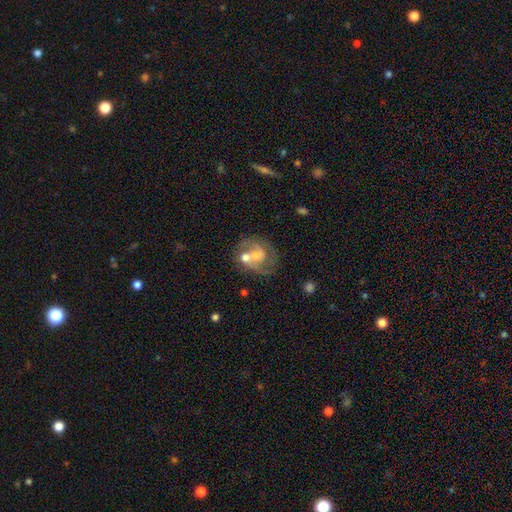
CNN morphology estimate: type=featured or disk (64%); edge-on=no (97%); bar=no (62%); spiral arms=yes (68%); bulge=moderate (41%); merging=none (42%).